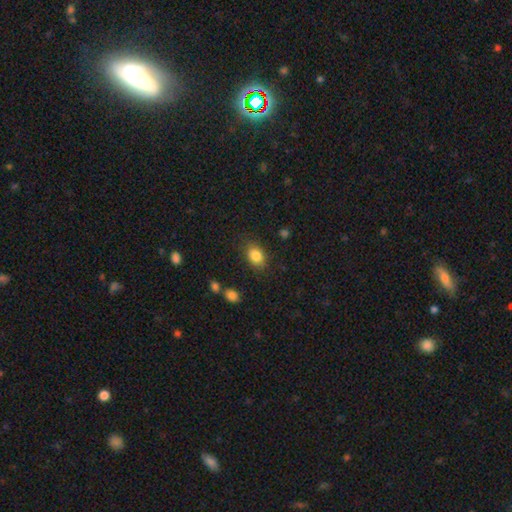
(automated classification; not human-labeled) Smooth or featured? Predicted: smooth (p=0.85). How rounded? Predicted: in between (p=0.75). Merging? Predicted: none (p=0.81).